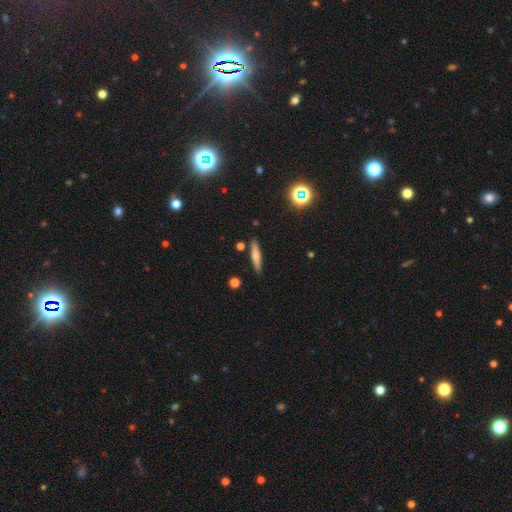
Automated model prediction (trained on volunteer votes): Smooth or featured? smooth (55%)
How rounded? cigar-shaped (87%)
Merging? none (87%)